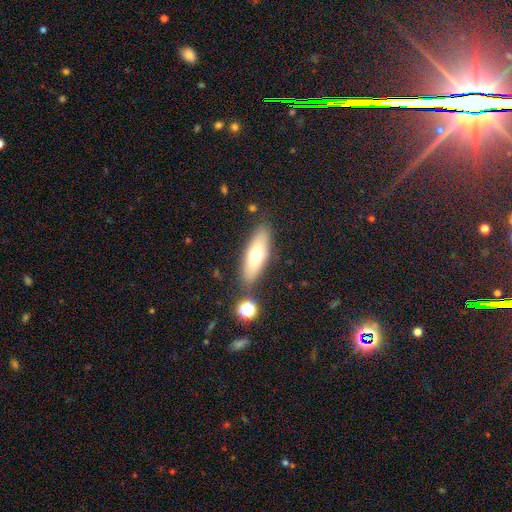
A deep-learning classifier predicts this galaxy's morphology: smooth_or_featured: smooth (p=0.64) [alt: featured or disk p=0.28]
how_rounded: in between (p=0.53) [alt: cigar-shaped p=0.45]
merging: none (p=0.81) [alt: minor disturbance p=0.11]